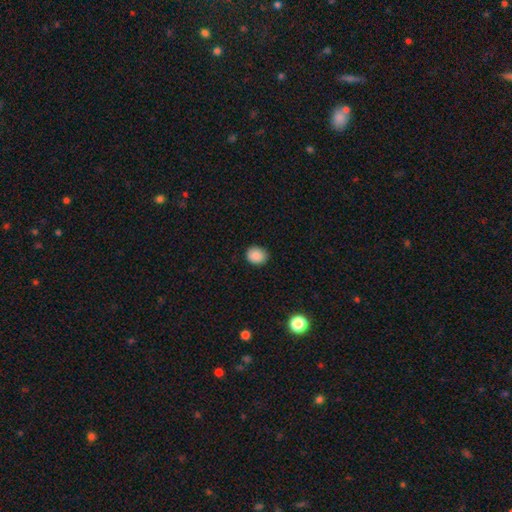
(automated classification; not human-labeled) Smooth or featured? smooth (88%)
How rounded? round (67%)
Merging? none (85%)